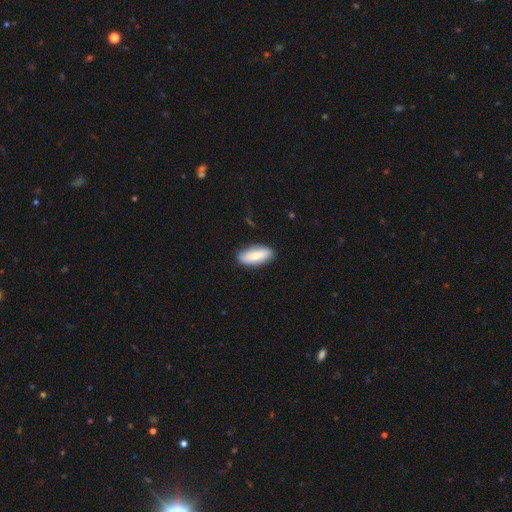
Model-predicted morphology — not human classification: Smooth or featured: smooth — 78% (featured or disk — 16%)
How rounded: in between — 81% (cigar-shaped — 17%)
Merging: none — 82% (minor disturbance — 14%)